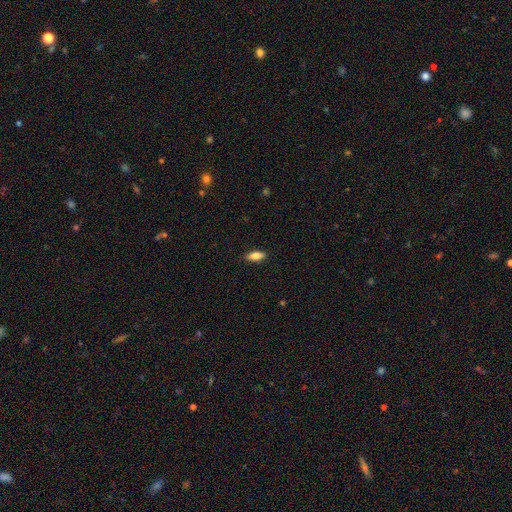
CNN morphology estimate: Q: Smooth or featured?
A: smooth (80%); runner-up: featured or disk (13%)
Q: How rounded?
A: in between (72%); runner-up: cigar-shaped (25%)
Q: Merging?
A: none (87%); runner-up: minor disturbance (10%)